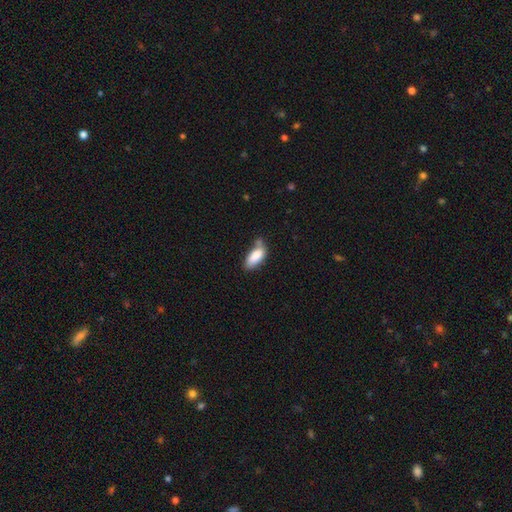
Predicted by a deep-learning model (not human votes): A smooth galaxy with no disk features (85%) that is in between round and cigar-shaped (85%).

Vote fractions:
- Smooth or featured? smooth: 85% / featured or disk: 8% / star or artifact: 7%
- How rounded? in between: 85% / cigar-shaped: 13% / round: 2%
- Merging? none: 47% / minor disturbance: 30% / merger: 15% / major disturbance: 8%